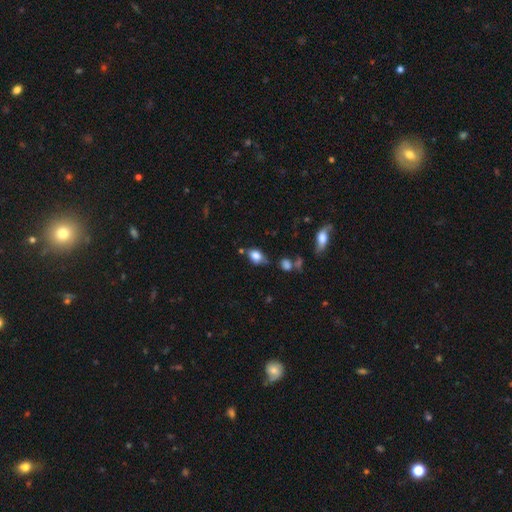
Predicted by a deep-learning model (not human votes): Smooth or featured?
  - smooth: 77% *
  - featured or disk: 13%
  - star or artifact: 10%
How rounded?
  - in between: 77% *
  - round: 20%
  - cigar-shaped: 3%
Merging?
  - none: 57% *
  - minor disturbance: 25%
  - merger: 10%
  - major disturbance: 8%